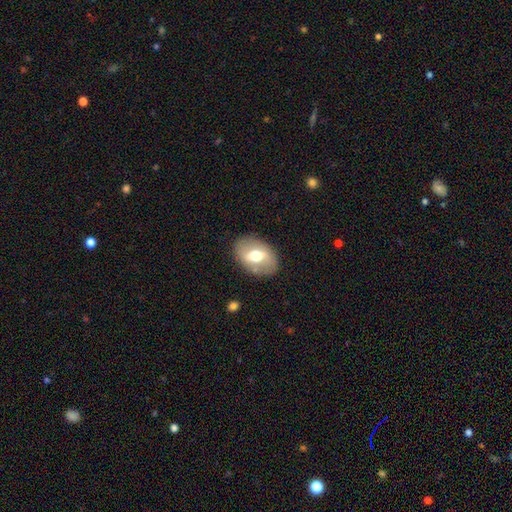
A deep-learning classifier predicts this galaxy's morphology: A smooth galaxy with no disk features (49%). Merging: none (84%).